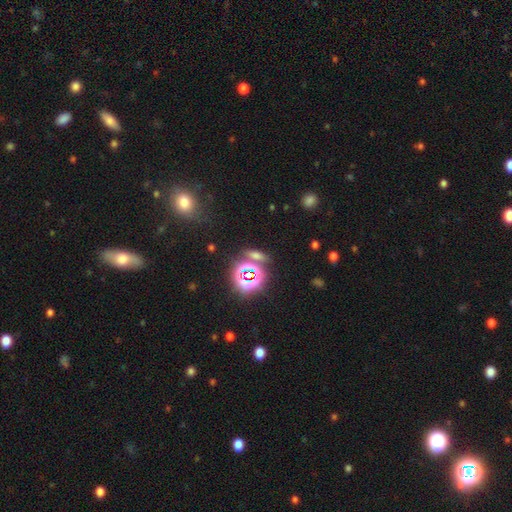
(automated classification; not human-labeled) A star or artifact, not a galaxy (46%).

Vote fractions:
- Smooth or featured? star or artifact: 46% / smooth: 41% / featured or disk: 12%